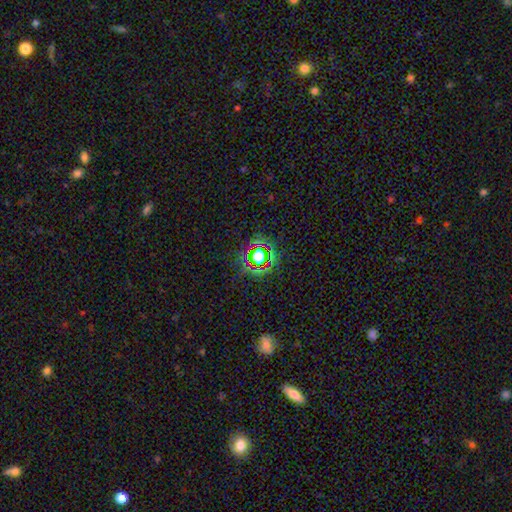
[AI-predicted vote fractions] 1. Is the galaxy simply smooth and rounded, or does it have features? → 67% star or artifact, 22% smooth, 12% featured or disk.